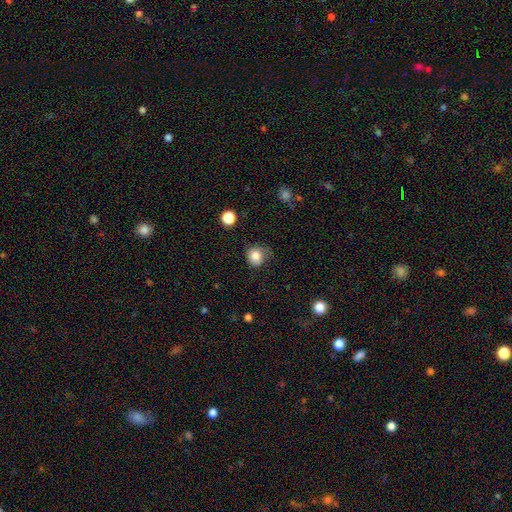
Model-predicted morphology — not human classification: Smooth or featured?
  - smooth: 81% *
  - star or artifact: 10%
  - featured or disk: 9%
How rounded?
  - round: 78% *
  - in between: 21%
  - cigar-shaped: 1%
Merging?
  - none: 55% *
  - minor disturbance: 30%
  - major disturbance: 13%
  - merger: 2%